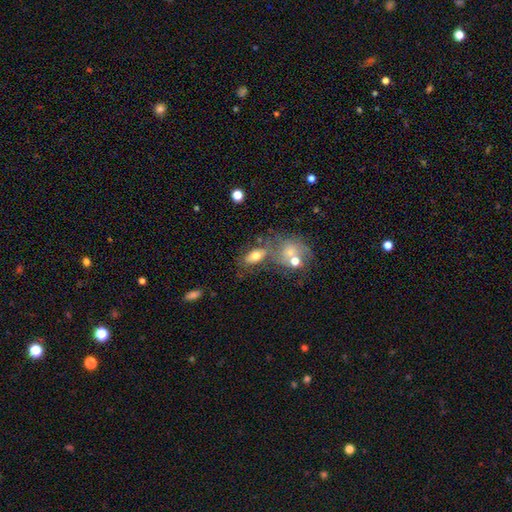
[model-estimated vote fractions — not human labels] smooth_or_featured: smooth (p=0.69) [alt: featured or disk p=0.21]
how_rounded: in between (p=0.84) [alt: round p=0.11]
merging: none (p=0.44) [alt: merger p=0.30]